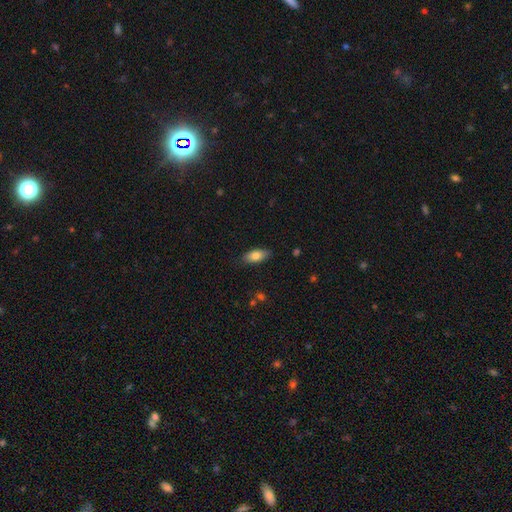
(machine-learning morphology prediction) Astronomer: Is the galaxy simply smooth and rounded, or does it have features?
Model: smooth — 80%.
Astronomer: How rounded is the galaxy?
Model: in between — 86%.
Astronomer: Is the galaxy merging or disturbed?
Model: none — 84%.